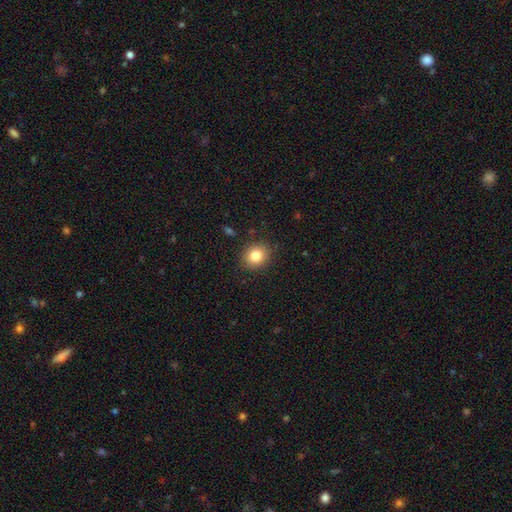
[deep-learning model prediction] The model was most divided on "how rounded": round: 70%, in between: 29%, cigar-shaped: 1%. More confident: merging — none (88%); smooth or featured — smooth (82%).